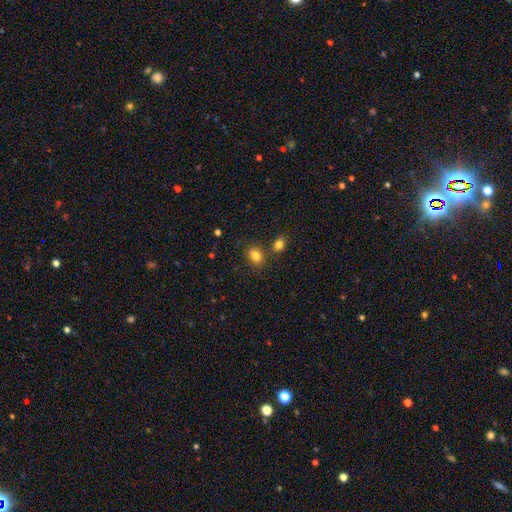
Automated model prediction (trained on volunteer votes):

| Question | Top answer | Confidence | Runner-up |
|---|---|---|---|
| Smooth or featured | smooth | 83% | star or artifact (11%) |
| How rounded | in between | 64% | round (35%) |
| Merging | none | 71% | merger (14%) |